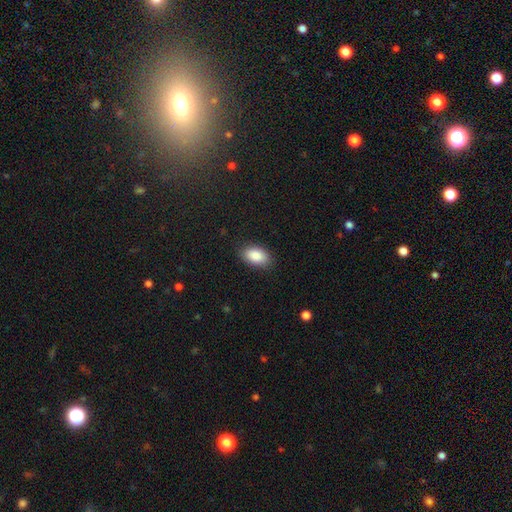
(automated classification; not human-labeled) Morphology: type=smooth (88%); roundness=in between (93%); merging=none (86%).